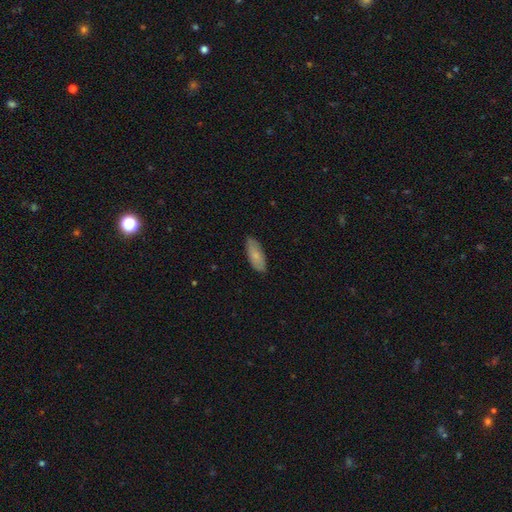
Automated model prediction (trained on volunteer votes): Smooth or featured? smooth (75%)
How rounded? in between (81%)
Merging? none (83%)